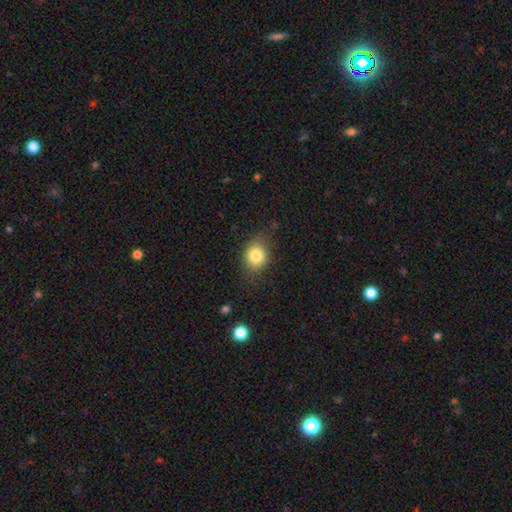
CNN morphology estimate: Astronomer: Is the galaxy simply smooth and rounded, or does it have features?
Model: smooth — 80%.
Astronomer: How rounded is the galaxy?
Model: round — 55% (runner-up: in between, 44%).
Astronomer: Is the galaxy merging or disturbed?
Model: none — 69%.